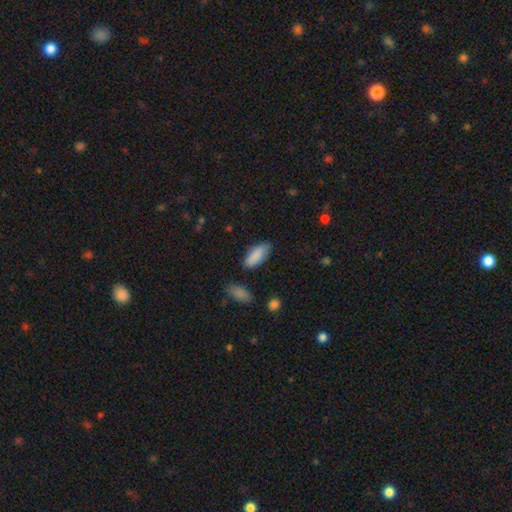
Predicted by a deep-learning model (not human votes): This appears to be a smooth galaxy with no disk features (87%) that is in between round and cigar-shaped (79%). Merging: none (76%).